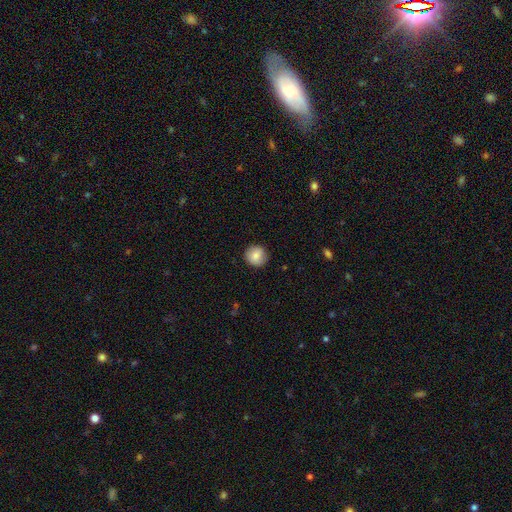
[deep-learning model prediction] Smooth or featured? Predicted: smooth (p=0.82). How rounded? Predicted: round (p=0.93). Merging? Predicted: none (p=0.89).